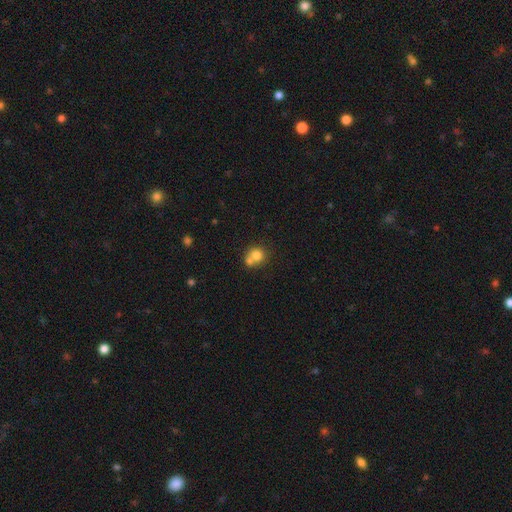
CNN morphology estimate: smooth-or-featured: smooth: 76% | featured or disk: 14% | star or artifact: 11%
  how-rounded: round: 83% | in between: 16% | cigar-shaped: 1%
  merging: merger: 49% | none: 40% | minor disturbance: 8% | major disturbance: 3%